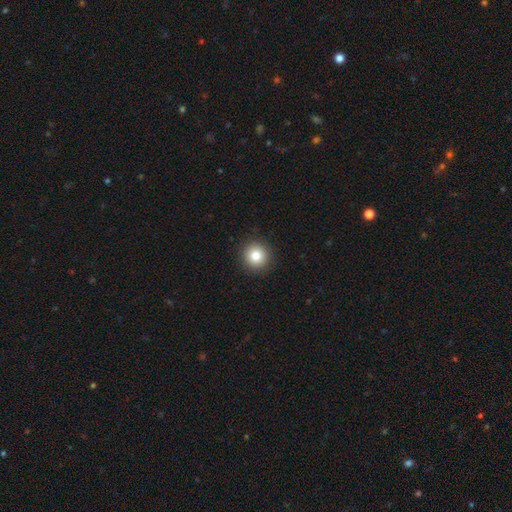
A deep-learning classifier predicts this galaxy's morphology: smooth_or_featured: smooth (p=0.81) [alt: star or artifact p=0.10]
how_rounded: round (p=0.95) [alt: in between p=0.04]
merging: none (p=0.92) [alt: minor disturbance p=0.05]